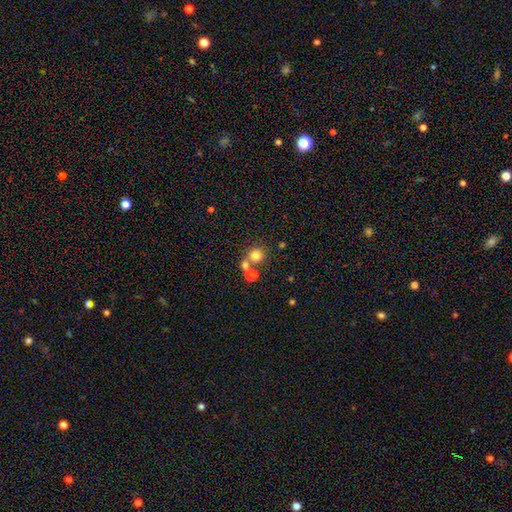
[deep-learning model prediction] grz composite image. It shows a smooth galaxy with no disk features (75%) that is round (88%). Merging: none (59%).